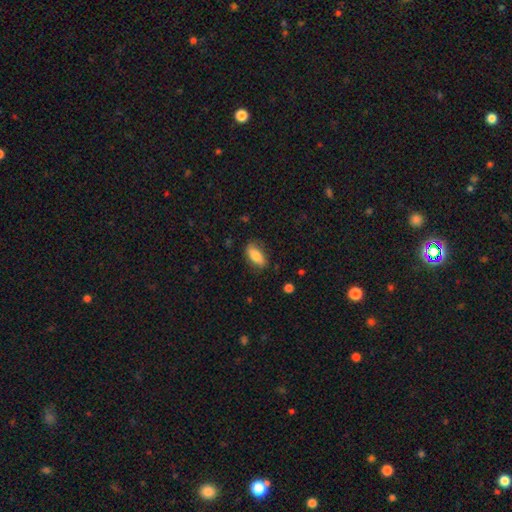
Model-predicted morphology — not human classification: Smooth or featured? smooth (78%)
How rounded? in between (83%)
Merging? none (76%)